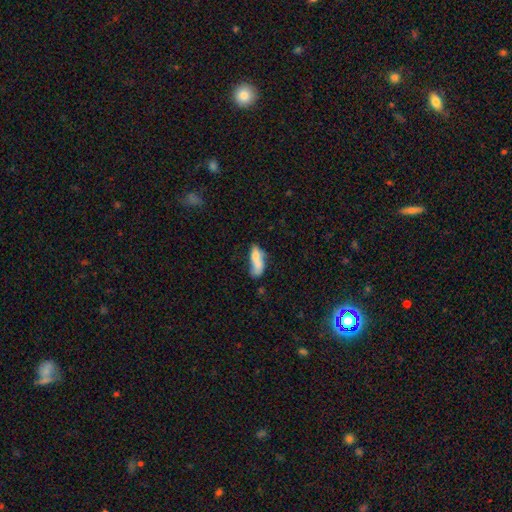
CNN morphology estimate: Q: Smooth or featured?
A: smooth (56%); runner-up: featured or disk (29%)
Q: How rounded?
A: in between (56%); runner-up: cigar-shaped (38%)
Q: Merging?
A: none (37%); runner-up: merger (26%)